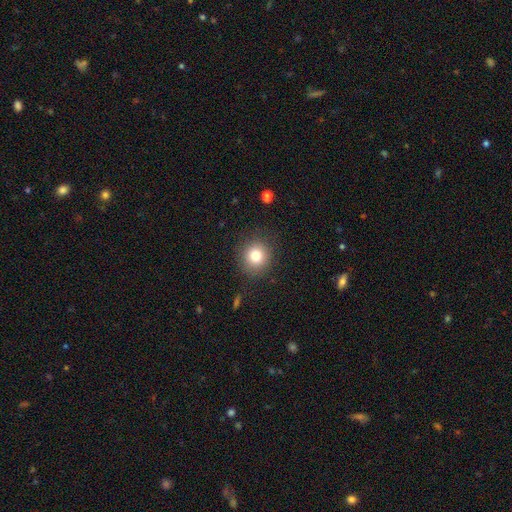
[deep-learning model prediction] A smooth galaxy with no disk features (80%) that is round (88%).

Vote fractions:
- Smooth or featured? smooth: 80% / star or artifact: 11% / featured or disk: 9%
- How rounded? round: 88% / in between: 11% / cigar-shaped: 1%
- Merging? none: 87% / minor disturbance: 8% / major disturbance: 3% / merger: 1%